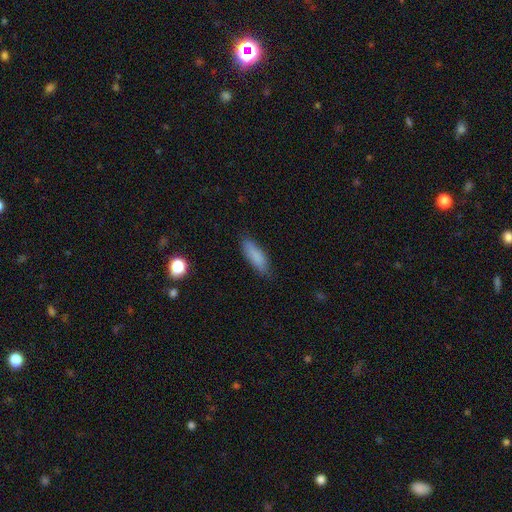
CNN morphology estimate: smooth_or_featured: smooth (p=0.85) [alt: featured or disk p=0.08]
how_rounded: in between (p=0.49) [tied with: cigar-shaped p=0.49]
merging: none (p=0.81) [alt: minor disturbance p=0.15]